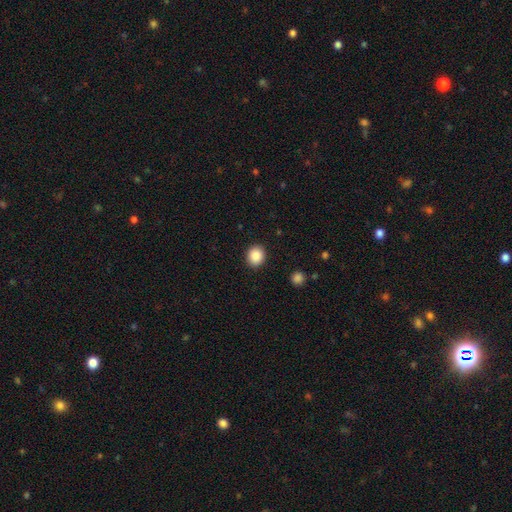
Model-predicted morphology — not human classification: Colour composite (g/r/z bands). It shows a smooth galaxy with no disk features (88%) that is round (77%). Merging: none (90%).